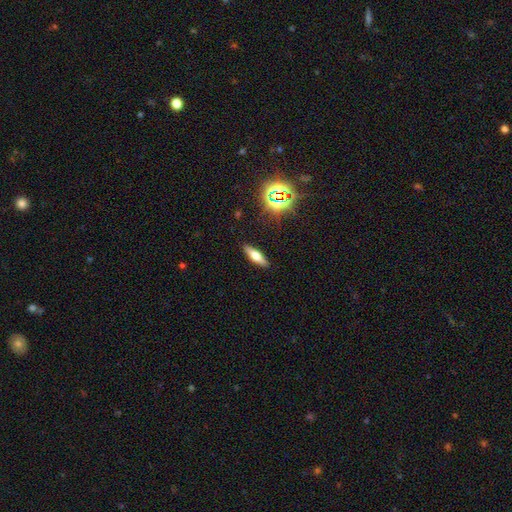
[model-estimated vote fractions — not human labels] Smooth or featured: smooth — 49% (featured or disk — 39%)
Merging: none — 89% (minor disturbance — 8%)